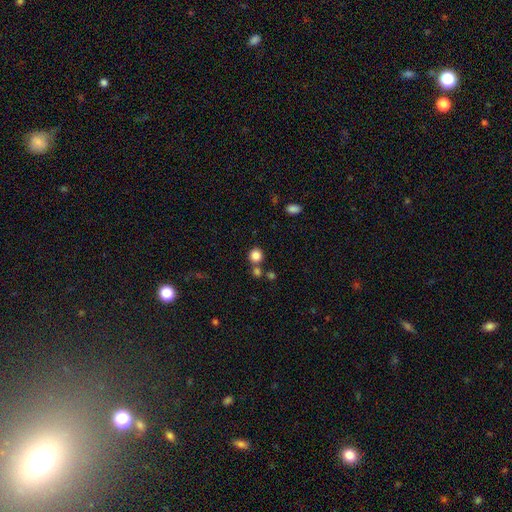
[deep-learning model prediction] A smooth galaxy with no disk features (84%) that is round (90%). Merging: none (68%).